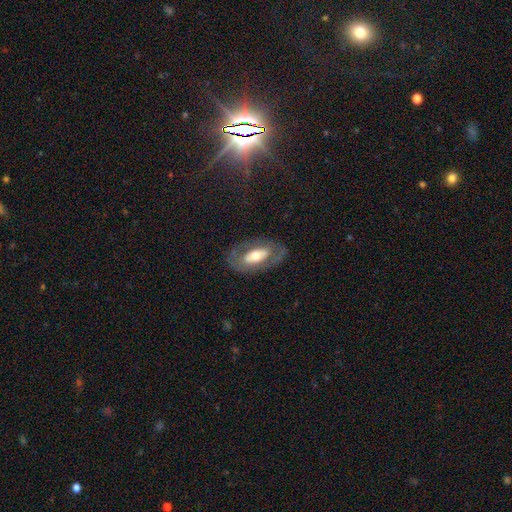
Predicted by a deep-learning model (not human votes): smooth_or_featured: featured or disk (p=0.57) [alt: smooth p=0.37]
disk_edge_on: no (p=0.87) [alt: yes p=0.13]
merging: none (p=0.74) [alt: minor disturbance p=0.15]